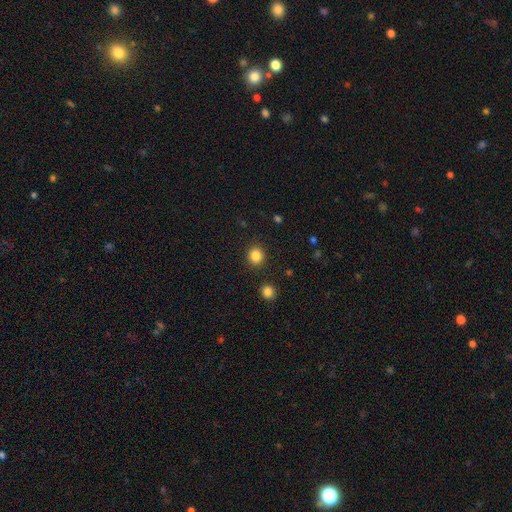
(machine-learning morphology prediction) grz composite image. It shows a smooth galaxy with no disk features (84%) that is round (85%). Merging: none (90%).